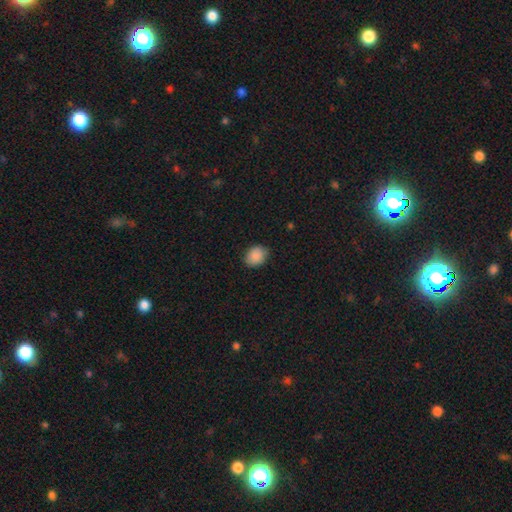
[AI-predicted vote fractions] Morphology: type=smooth (89%); roundness=round (51%); merging=none (84%).